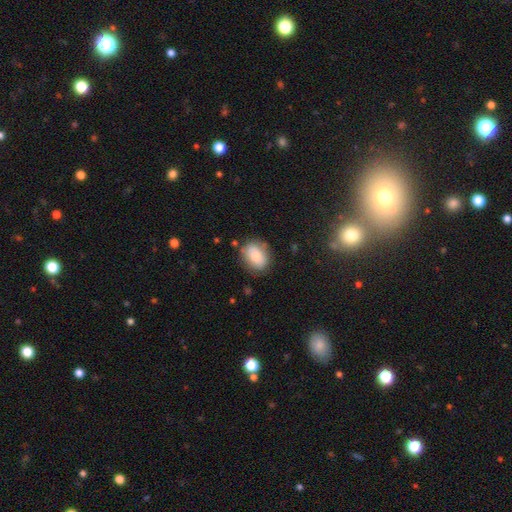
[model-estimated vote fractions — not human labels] Smooth or featured: smooth — 77% (featured or disk — 15%)
How rounded: in between — 67% (round — 31%)
Merging: none — 75% (minor disturbance — 18%)